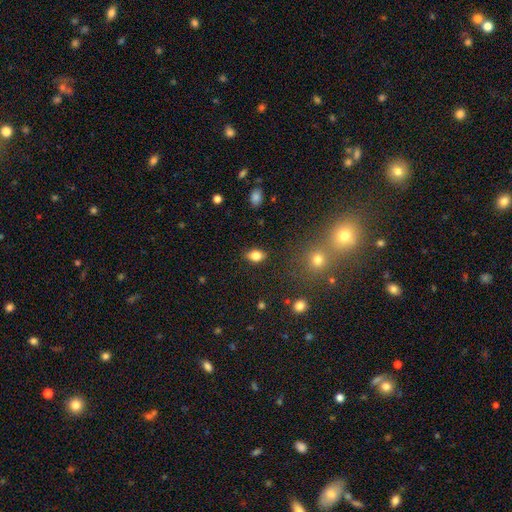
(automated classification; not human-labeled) smooth 82%, star or artifact 10%, featured or disk 8%. Down the decision tree: how rounded — in between (77%); merging — none (84%).